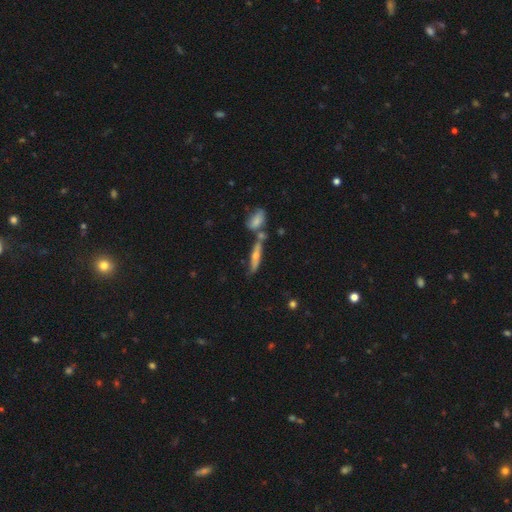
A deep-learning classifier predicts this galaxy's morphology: A featured or disk galaxy (52%) viewed edge-on (80%). Merging: none (56%).